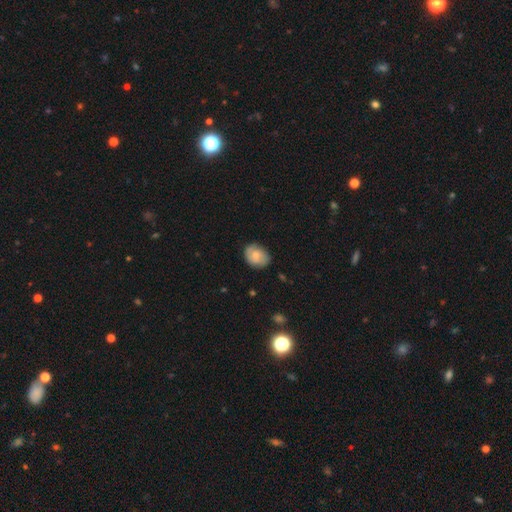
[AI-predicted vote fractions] Smooth or featured?
  - smooth: 66% *
  - featured or disk: 26%
  - star or artifact: 7%
How rounded?
  - in between: 63% *
  - round: 36%
  - cigar-shaped: 1%
Merging?
  - none: 76% *
  - minor disturbance: 19%
  - major disturbance: 4%
  - merger: 1%